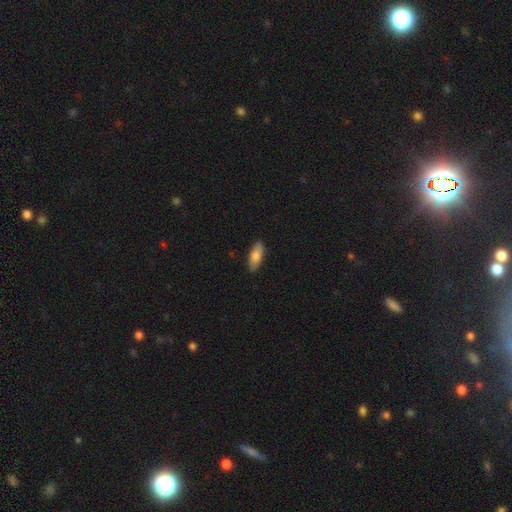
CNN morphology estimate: type=smooth (81%); roundness=in between (79%); merging=none (88%).